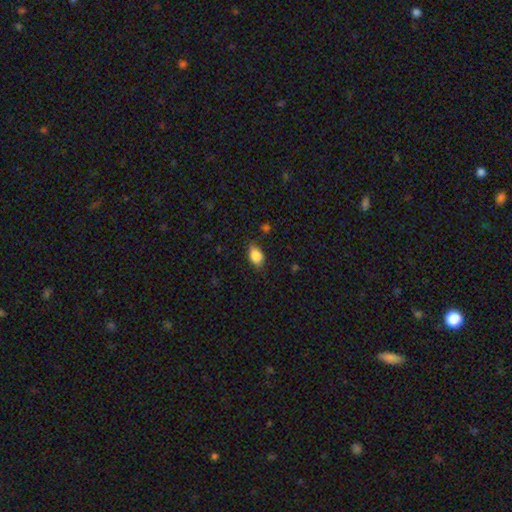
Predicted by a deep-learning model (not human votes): A smooth galaxy with no disk features (87%) that is in between round and cigar-shaped (84%).

Vote fractions:
- Smooth or featured? smooth: 87% / star or artifact: 8% / featured or disk: 5%
- How rounded? in between: 84% / round: 15% / cigar-shaped: 2%
- Merging? none: 78% / minor disturbance: 17% / major disturbance: 3% / merger: 1%